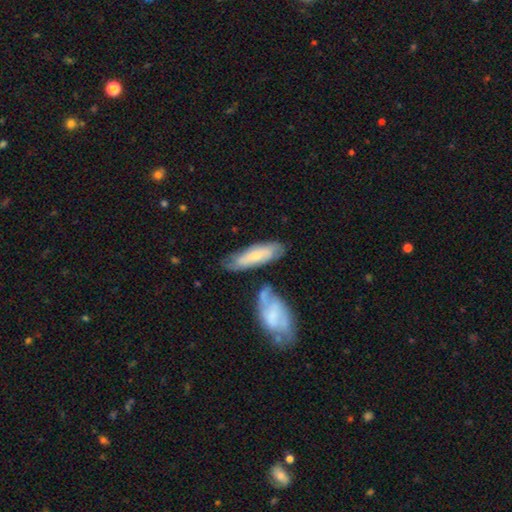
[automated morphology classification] type=smooth (48%); merging=none (61%).